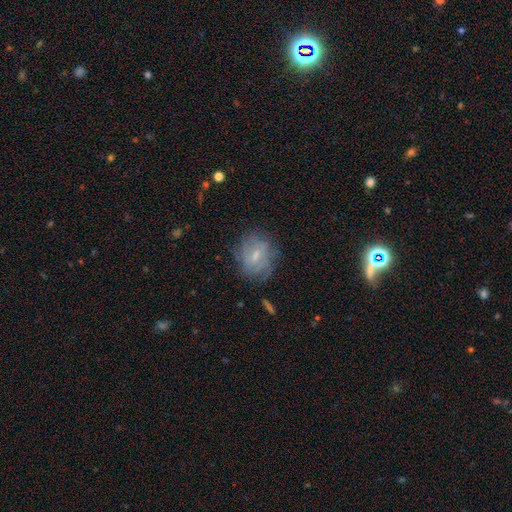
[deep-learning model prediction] Q: Smooth or featured?
A: featured or disk (63%); runner-up: smooth (27%)
Q: Edge-on disk?
A: no (96%); runner-up: yes (4%)
Q: Bar?
A: weak (55%); runner-up: no (34%)
Q: Spiral arms?
A: yes (78%); runner-up: no (22%)
Q: Bulge size?
A: small (50%); runner-up: moderate (38%)
Q: Merging?
A: none (69%); runner-up: minor disturbance (19%)